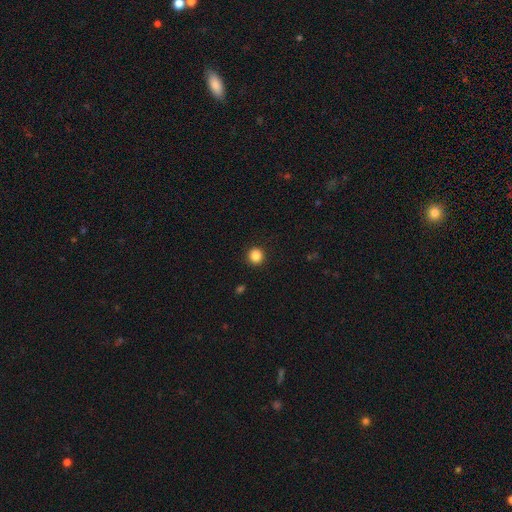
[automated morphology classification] This is clearly a smooth galaxy (86%). How rounded: clearly round (94%). Merging: clearly none (92%).